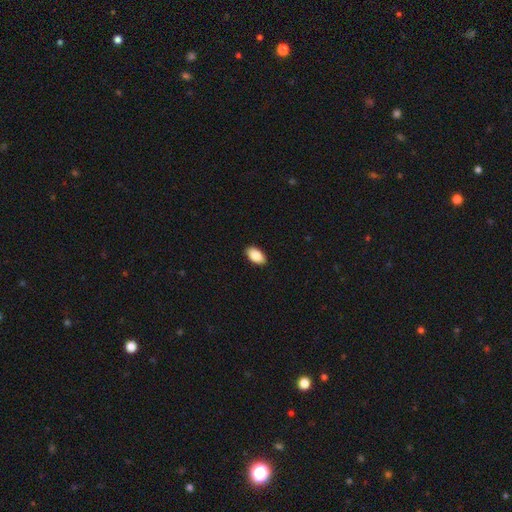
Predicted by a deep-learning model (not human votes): This is clearly a smooth galaxy (87%). How rounded: clearly in between (94%). Merging: clearly none (91%).